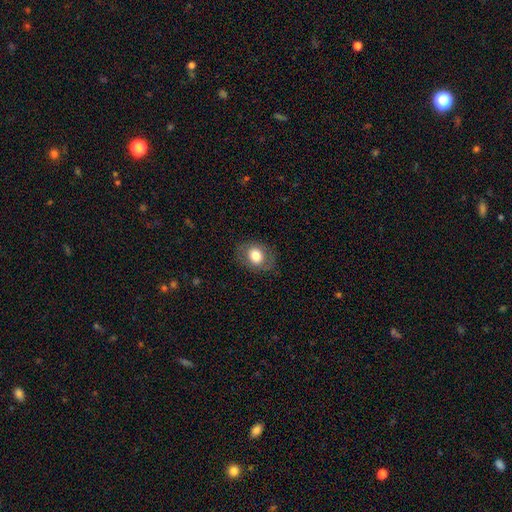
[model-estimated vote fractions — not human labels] Smooth or featured?
  - smooth: 74% *
  - featured or disk: 18%
  - star or artifact: 8%
How rounded?
  - in between: 53% *
  - round: 46%
  - cigar-shaped: 1%
Merging?
  - none: 82% *
  - minor disturbance: 12%
  - major disturbance: 5%
  - merger: 1%